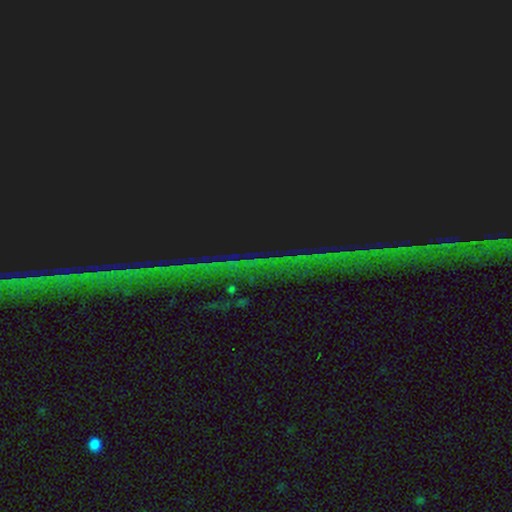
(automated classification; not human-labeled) A star or artifact, not a galaxy (85%).

Vote fractions:
- Smooth or featured? star or artifact: 85% / featured or disk: 8% / smooth: 7%